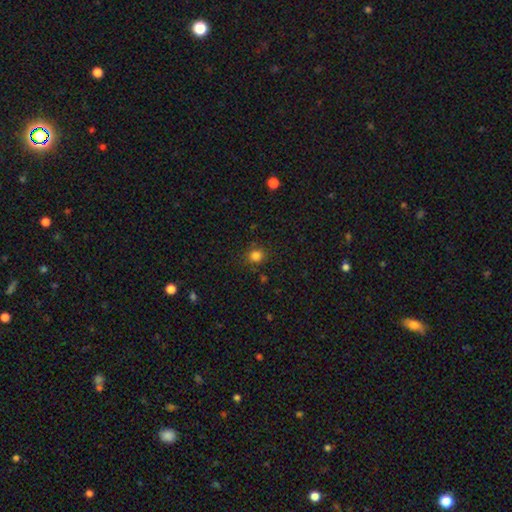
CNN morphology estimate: This is clearly a smooth galaxy (82%). How rounded: clearly round (82%). Merging: clearly none (84%).